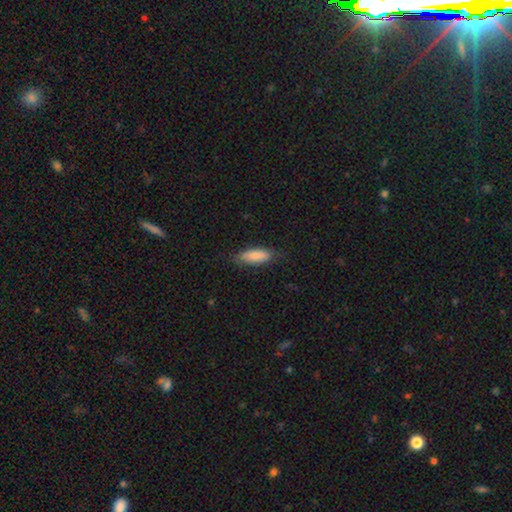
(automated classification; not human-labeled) Smooth or featured? Predicted: smooth (p=0.85). How rounded? Predicted: in between (p=0.62). Merging? Predicted: none (p=0.81).